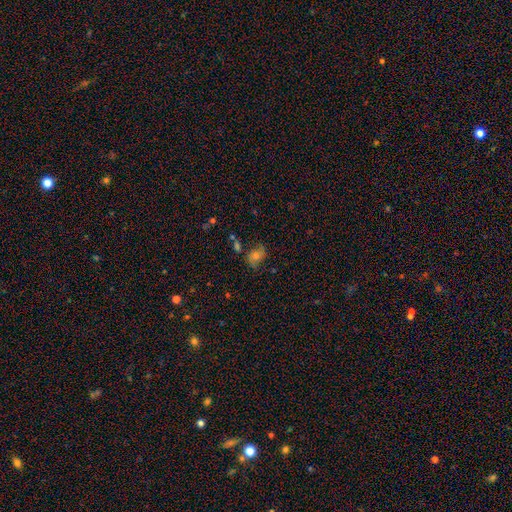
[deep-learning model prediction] Morphology: type=smooth (47%); merging=none (65%).